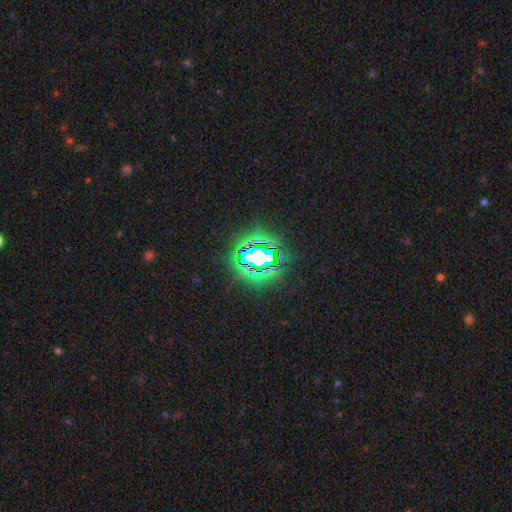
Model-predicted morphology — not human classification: Q: Smooth or featured?
A: star or artifact (78%); runner-up: smooth (12%)